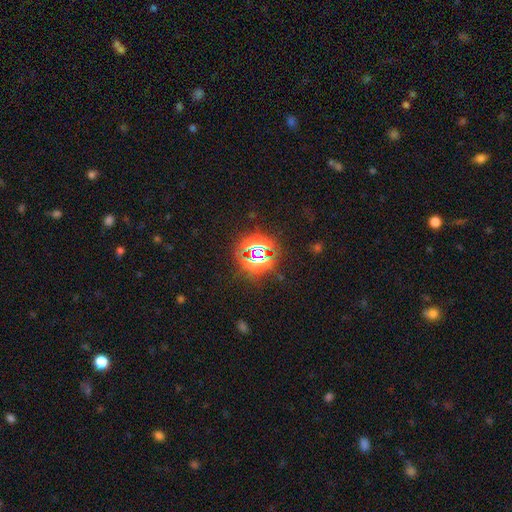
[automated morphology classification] star or artifact 74%, smooth 16%, featured or disk 10%.